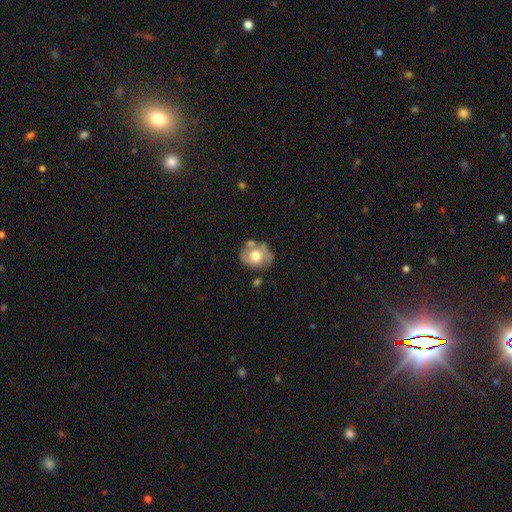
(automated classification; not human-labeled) smooth-or-featured: smooth: 58% | featured or disk: 34% | star or artifact: 8%
  how-rounded: round: 57% | in between: 42% | cigar-shaped: 1%
  merging: none: 56% | minor disturbance: 22% | merger: 15% | major disturbance: 7%